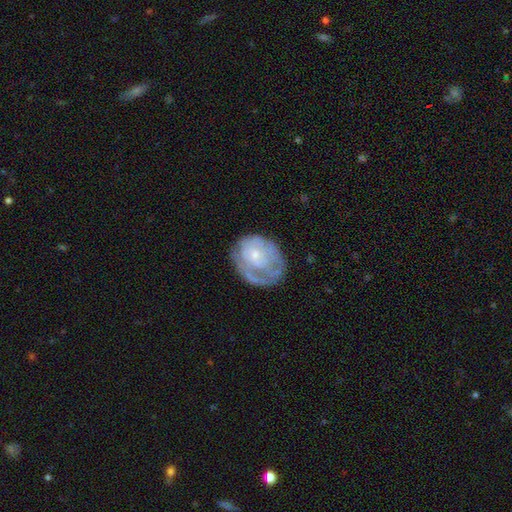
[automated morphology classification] A featured or disk galaxy (58%) with no bar (80%), spiral arms (51%) and a small central bulge (65%). Merging: none (45%).